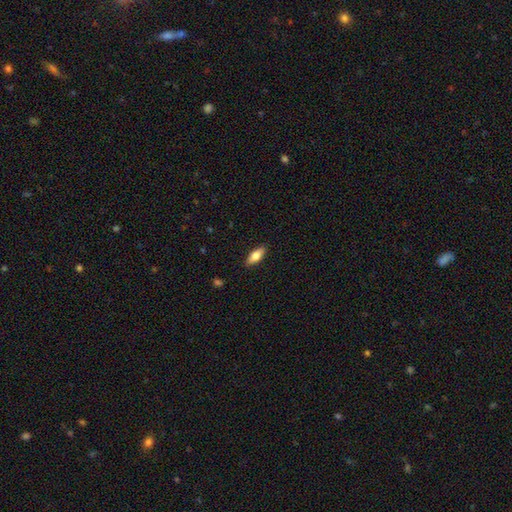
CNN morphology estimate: smooth 72%, featured or disk 22%, star or artifact 6%. Down the decision tree: how rounded — in between (75%); merging — none (89%).